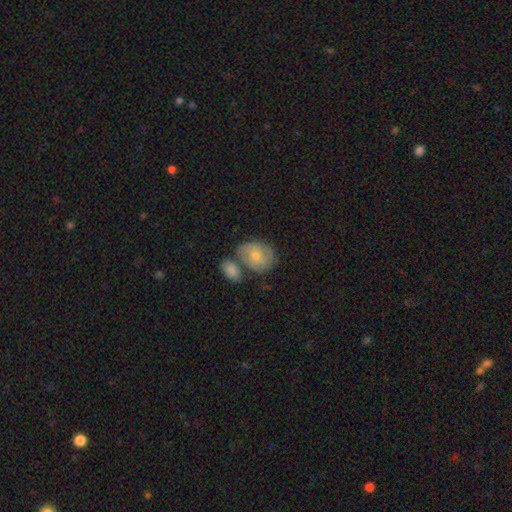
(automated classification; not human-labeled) Smooth or featured? Predicted: smooth (p=0.49). Merging? Predicted: none (p=0.50).